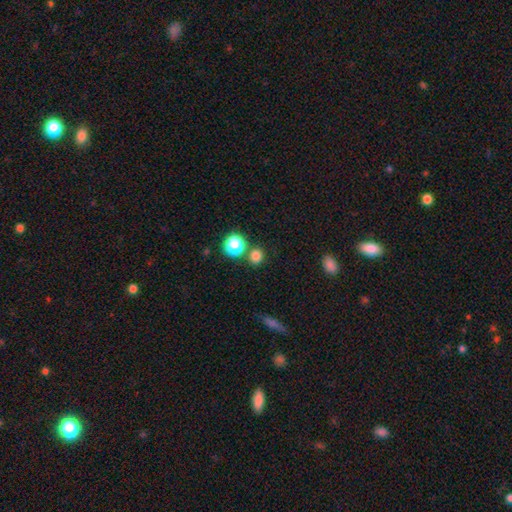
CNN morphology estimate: smooth 77%, star or artifact 18%, featured or disk 5%. Down the decision tree: how rounded — round (84%); merging — none (77%).